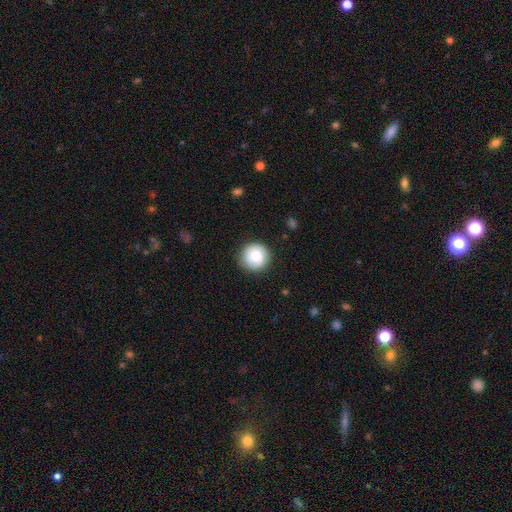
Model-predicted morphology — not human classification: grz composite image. It shows a smooth galaxy with no disk features (81%) that is round (95%). Merging: none (88%).